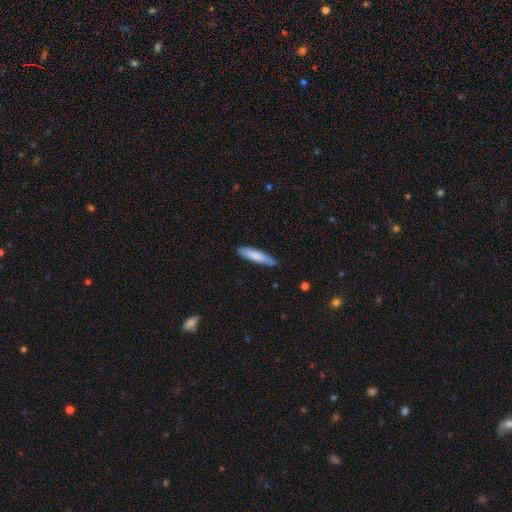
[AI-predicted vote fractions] smooth_or_featured: smooth (p=0.80) [alt: featured or disk p=0.15]
how_rounded: cigar-shaped (p=0.81) [alt: in between p=0.18]
merging: none (p=0.83) [alt: minor disturbance p=0.14]